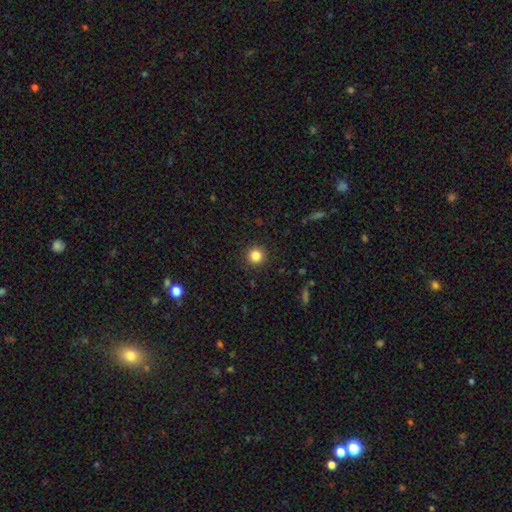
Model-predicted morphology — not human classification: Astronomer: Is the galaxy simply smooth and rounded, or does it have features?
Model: smooth — 85%.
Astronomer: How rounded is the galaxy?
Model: round — 95%.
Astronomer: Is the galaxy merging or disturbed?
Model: none — 92%.